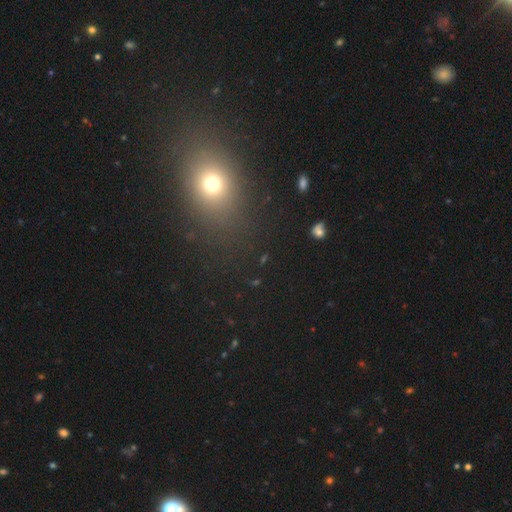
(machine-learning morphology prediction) A smooth galaxy with no disk features (59%) that is in between round and cigar-shaped (59%). Merging: none (89%).